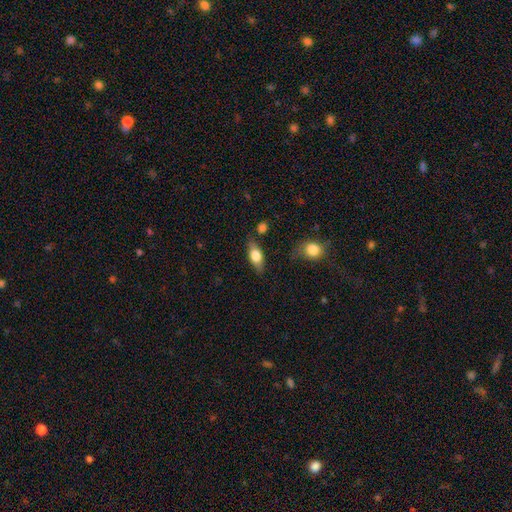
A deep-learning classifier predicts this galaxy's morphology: A smooth galaxy with no disk features (65%) that is in between round and cigar-shaped (77%).

Vote fractions:
- Smooth or featured? smooth: 65% / featured or disk: 28% / star or artifact: 7%
- How rounded? in between: 77% / cigar-shaped: 17% / round: 6%
- Merging? none: 78% / minor disturbance: 15% / major disturbance: 4% / merger: 4%